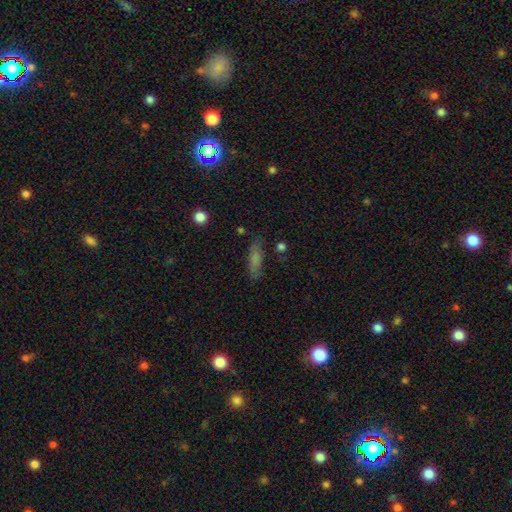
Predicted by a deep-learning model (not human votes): Smooth or featured: smooth — 60% (featured or disk — 22%)
How rounded: cigar-shaped — 65% (in between — 31%)
Merging: none — 77% (minor disturbance — 15%)